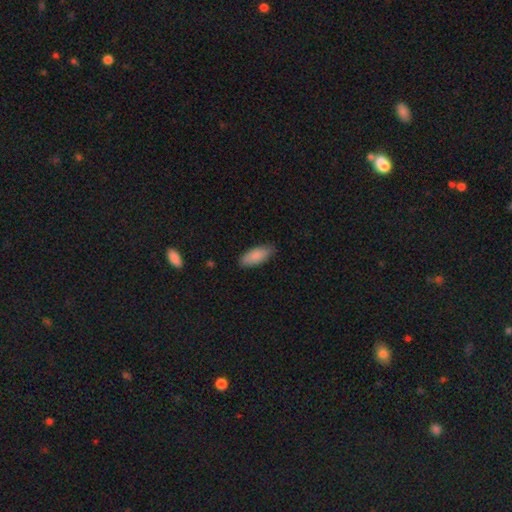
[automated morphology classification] Overall: smooth (87%). How rounded: in between (82%). Merging: none (83%).